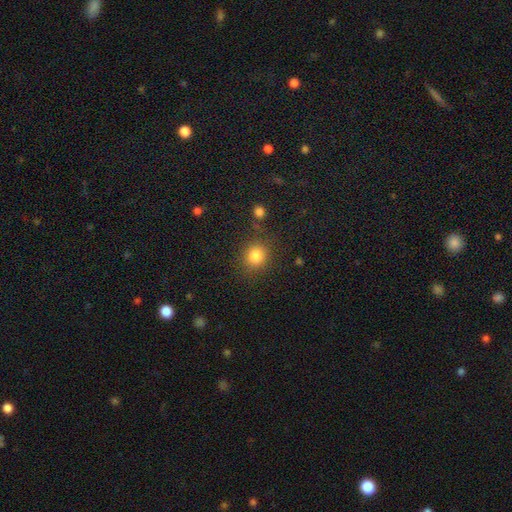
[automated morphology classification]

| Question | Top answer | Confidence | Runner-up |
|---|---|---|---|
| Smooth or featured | smooth | 83% | star or artifact (12%) |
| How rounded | round | 83% | in between (16%) |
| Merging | none | 83% | minor disturbance (10%) |